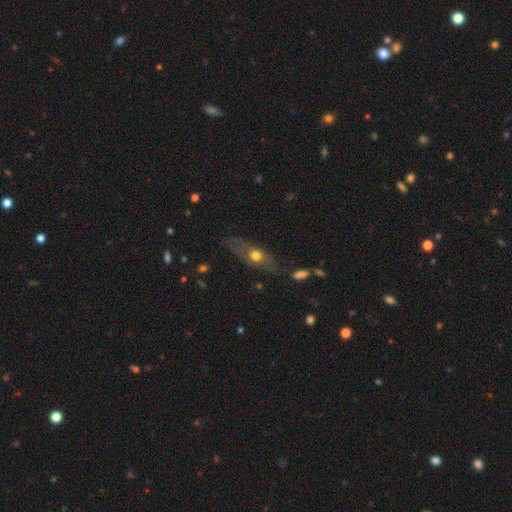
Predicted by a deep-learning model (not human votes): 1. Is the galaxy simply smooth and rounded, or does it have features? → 51% smooth, 41% featured or disk, 9% star or artifact.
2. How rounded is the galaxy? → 51% in between, 38% cigar-shaped, 12% round.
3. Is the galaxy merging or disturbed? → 62% none, 23% minor disturbance, 11% major disturbance, 4% merger.